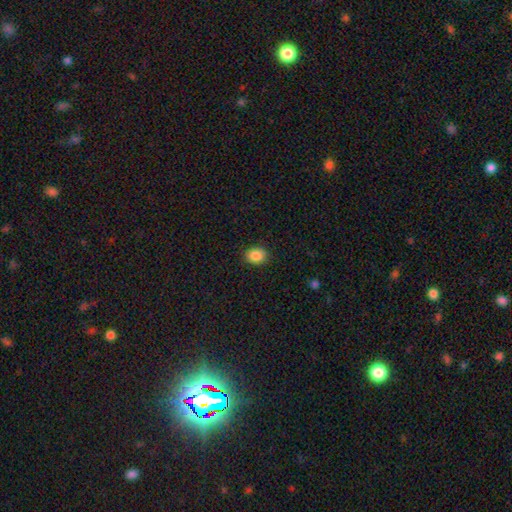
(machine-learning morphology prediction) A smooth galaxy with no disk features (87%) that is in between round and cigar-shaped (50%).

Vote fractions:
- Smooth or featured? smooth: 87% / star or artifact: 9% / featured or disk: 4%
- How rounded? in between: 50% / round: 49% / cigar-shaped: 1%
- Merging? none: 88% / minor disturbance: 8% / major disturbance: 2% / merger: 1%